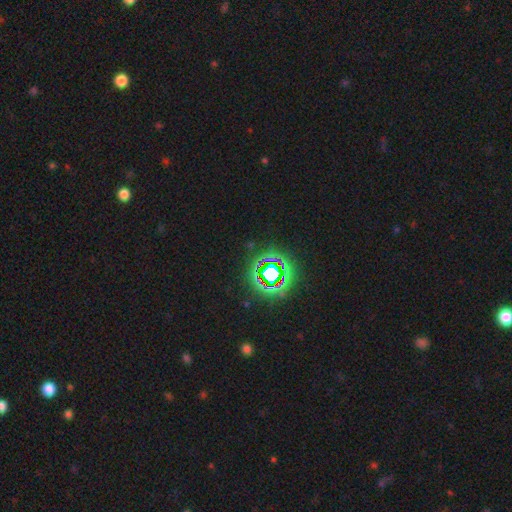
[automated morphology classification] This is likely a star or artifact rather than a galaxy (78%).